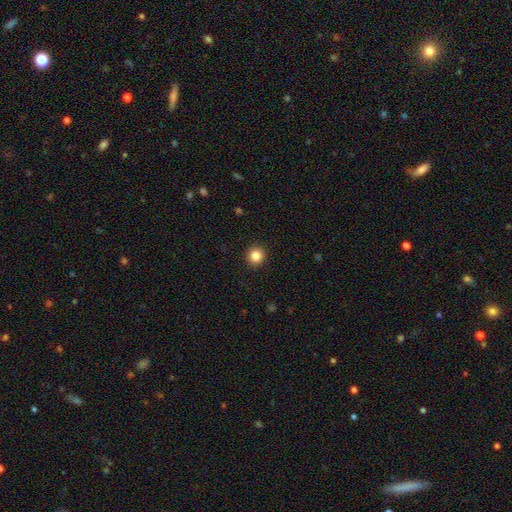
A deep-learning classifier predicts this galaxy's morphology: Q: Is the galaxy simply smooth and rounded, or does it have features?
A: smooth — 86%.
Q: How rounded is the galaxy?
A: round — 93%.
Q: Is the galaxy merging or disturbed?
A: none — 92%.